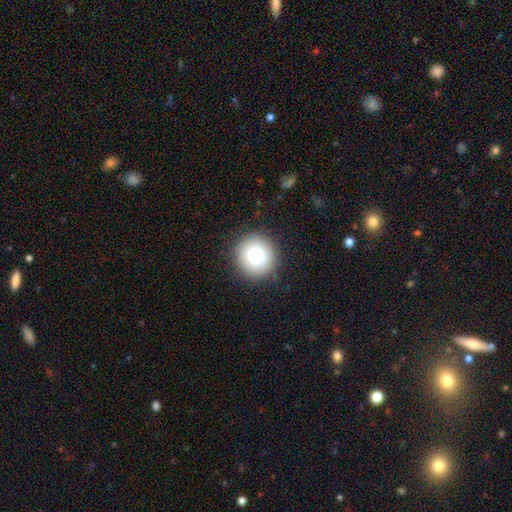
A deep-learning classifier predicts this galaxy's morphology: Smooth or featured?
  - smooth: 77% *
  - featured or disk: 12%
  - star or artifact: 11%
How rounded?
  - round: 94% *
  - in between: 5%
  - cigar-shaped: 1%
Merging?
  - none: 89% *
  - minor disturbance: 7%
  - major disturbance: 2%
  - merger: 1%